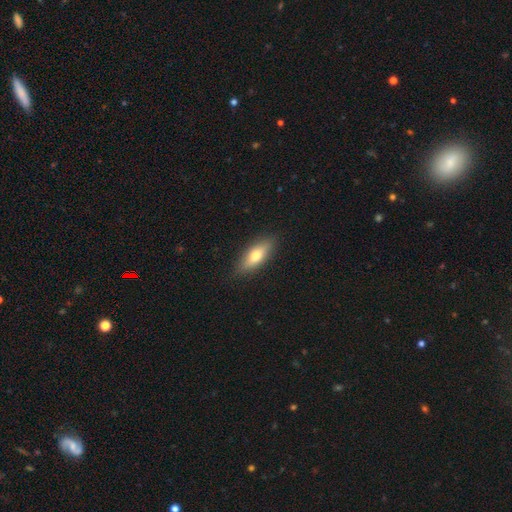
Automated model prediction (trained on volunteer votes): smooth-or-featured: smooth: 63% | featured or disk: 30% | star or artifact: 7%
  how-rounded: in between: 60% | cigar-shaped: 37% | round: 3%
  merging: none: 87% | minor disturbance: 10% | major disturbance: 2% | merger: 1%